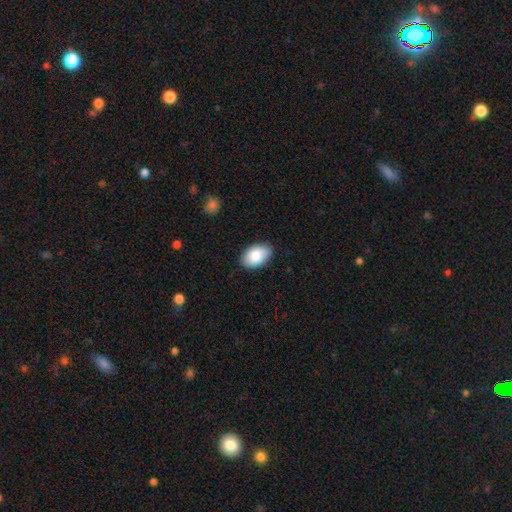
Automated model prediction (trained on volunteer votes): A smooth galaxy with no disk features (83%) that is in between round and cigar-shaped (91%). Merging: none (85%).